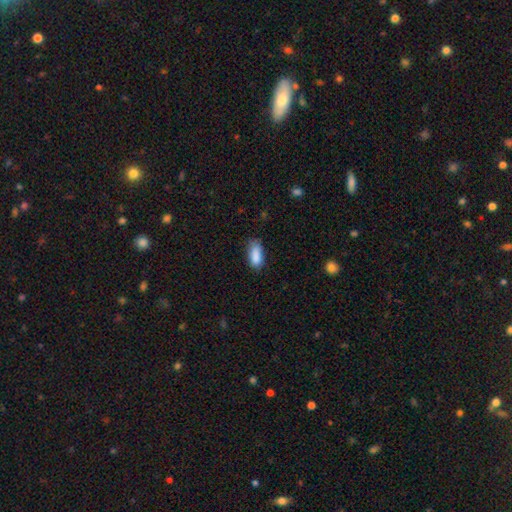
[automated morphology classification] A smooth galaxy with no disk features (88%) that is in between round and cigar-shaped (85%).

Vote fractions:
- Smooth or featured? smooth: 88% / star or artifact: 7% / featured or disk: 5%
- How rounded? in between: 85% / cigar-shaped: 12% / round: 3%
- Merging? none: 66% / minor disturbance: 27% / major disturbance: 5% / merger: 2%